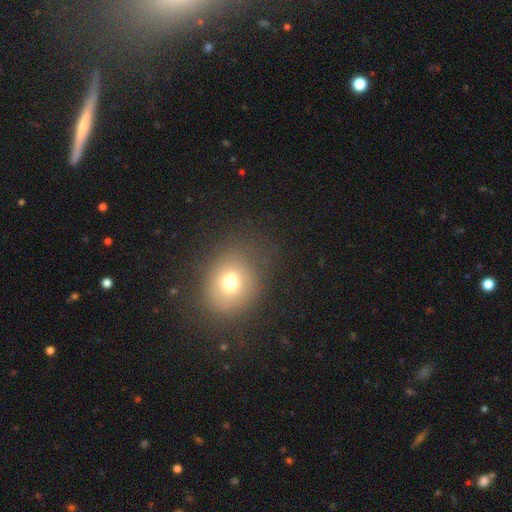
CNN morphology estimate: Smooth or featured: smooth — 65% (star or artifact — 21%)
How rounded: round — 69% (in between — 29%)
Merging: none — 87% (minor disturbance — 8%)